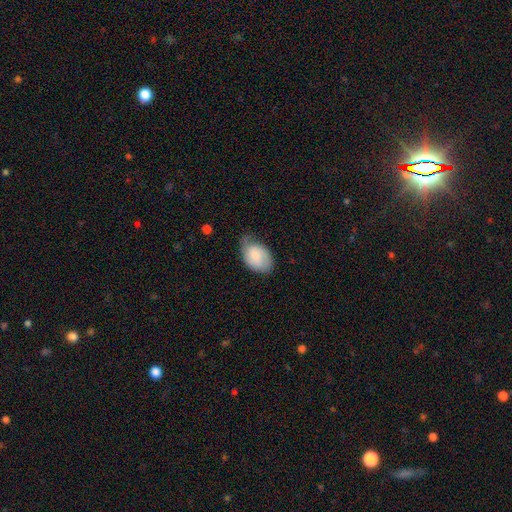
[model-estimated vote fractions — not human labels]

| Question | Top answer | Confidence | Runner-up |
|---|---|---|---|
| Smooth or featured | smooth | 67% | featured or disk (27%) |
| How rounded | in between | 89% | round (10%) |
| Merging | none | 50% | minor disturbance (38%) |